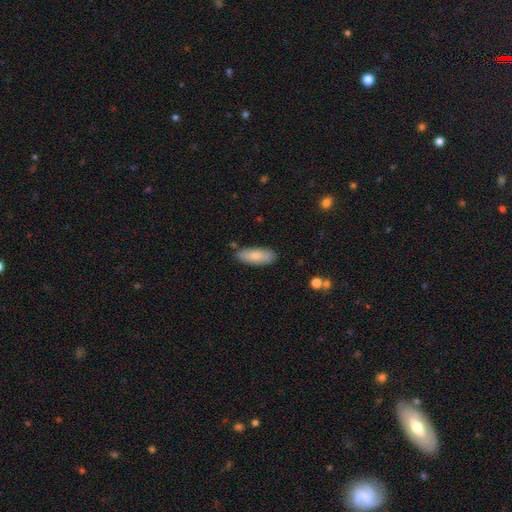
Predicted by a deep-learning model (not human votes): Smooth or featured? Predicted: smooth (p=0.79). How rounded? Predicted: in between (p=0.71). Merging? Predicted: none (p=0.83).